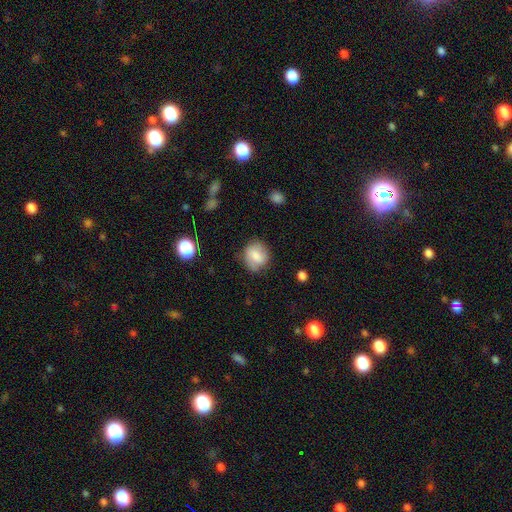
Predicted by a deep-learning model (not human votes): smooth_or_featured: smooth (p=0.68) [alt: featured or disk p=0.23]
how_rounded: round (p=0.73) [alt: in between p=0.25]
merging: none (p=0.73) [alt: minor disturbance p=0.20]